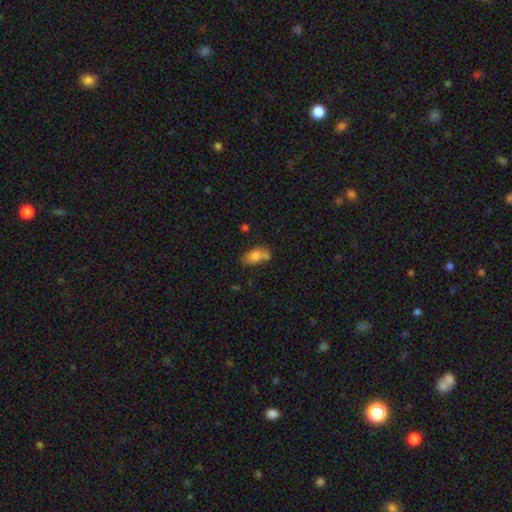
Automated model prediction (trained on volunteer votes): smooth-or-featured: smooth: 76% | featured or disk: 15% | star or artifact: 9%
  how-rounded: in between: 85% | round: 10% | cigar-shaped: 5%
  merging: none: 45% | merger: 30% | minor disturbance: 18% | major disturbance: 6%